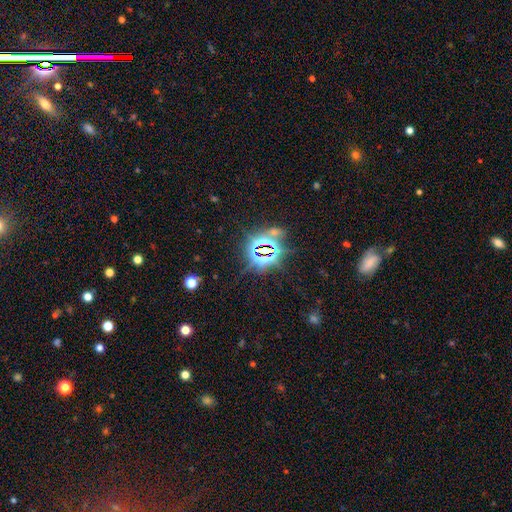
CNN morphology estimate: Smooth or featured?
  - star or artifact: 82% *
  - smooth: 10%
  - featured or disk: 8%